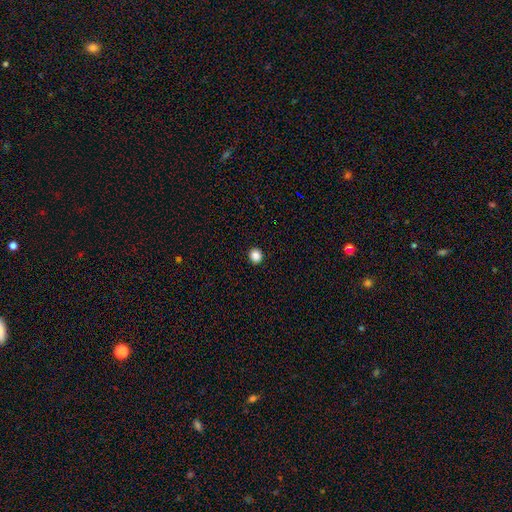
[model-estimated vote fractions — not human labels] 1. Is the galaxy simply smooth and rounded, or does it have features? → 86% smooth, 11% star or artifact, 3% featured or disk.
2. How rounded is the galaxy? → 84% round, 15% in between, 1% cigar-shaped.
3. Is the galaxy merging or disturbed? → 93% none, 5% minor disturbance, 2% major disturbance, 1% merger.